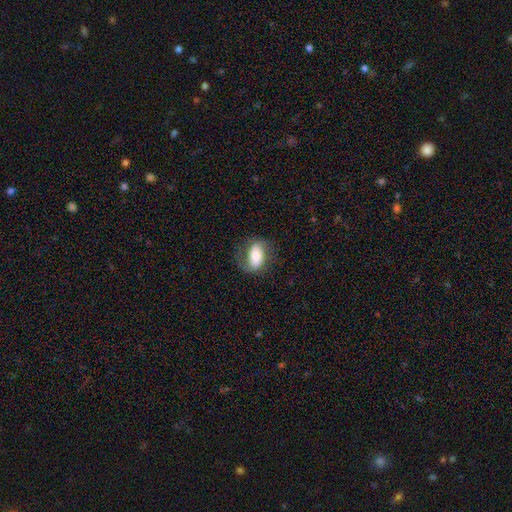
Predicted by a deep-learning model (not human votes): A smooth galaxy with no disk features (53%) that is in between round and cigar-shaped (86%).

Vote fractions:
- Smooth or featured? smooth: 53% / featured or disk: 40% / star or artifact: 7%
- How rounded? in between: 86% / round: 12% / cigar-shaped: 3%
- Merging? none: 70% / minor disturbance: 18% / major disturbance: 10% / merger: 1%